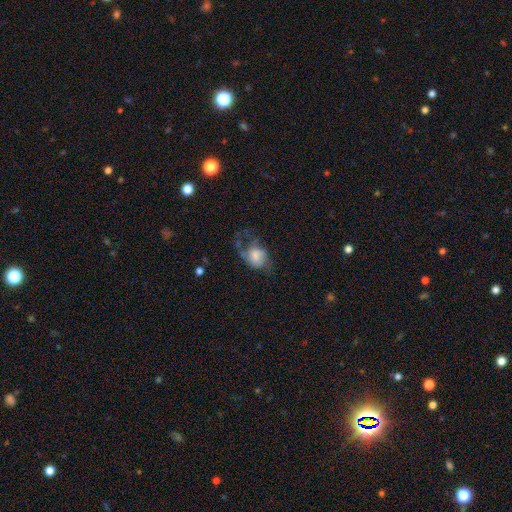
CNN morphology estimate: The model was most divided on "smooth or featured": smooth: 53%, featured or disk: 38%, star or artifact: 9%. Remaining: how rounded — in between (58%); merging — major disturbance (45%).